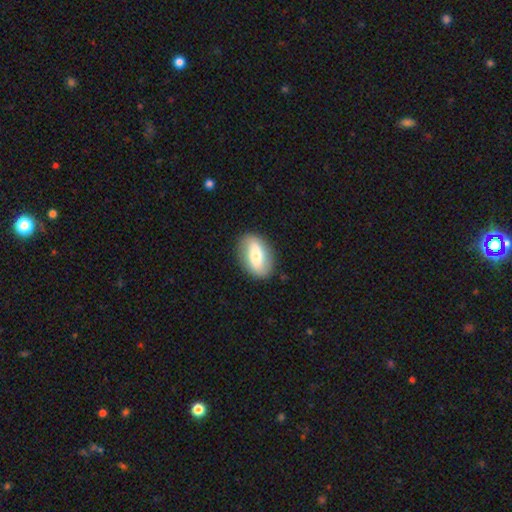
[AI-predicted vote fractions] smooth-or-featured: smooth: 52% | featured or disk: 41% | star or artifact: 6%
  how-rounded: in between: 85% | round: 12% | cigar-shaped: 3%
  merging: none: 86% | minor disturbance: 9% | major disturbance: 3% | merger: 1%